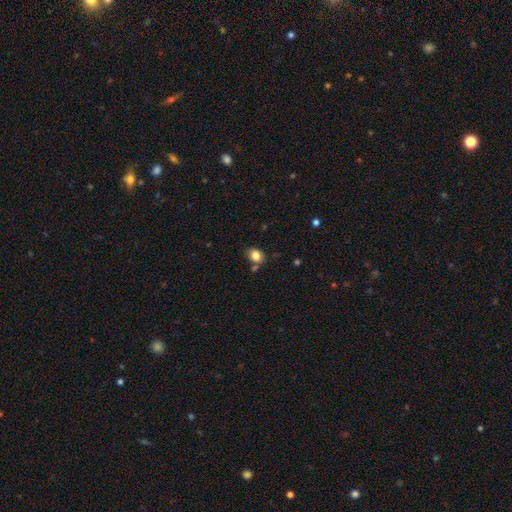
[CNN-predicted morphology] The model was most divided on "how rounded": in between: 62%, round: 37%, cigar-shaped: 1%. More confident: smooth or featured — smooth (83%); merging — none (67%).